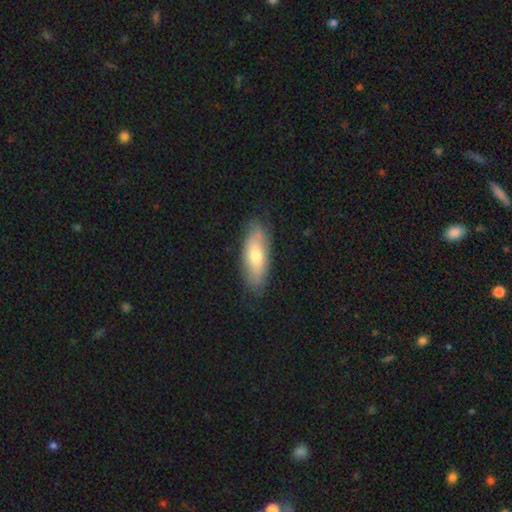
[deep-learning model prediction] This appears to be a smooth galaxy with no disk features (65%) that is in between round and cigar-shaped (70%). Merging: none (77%).